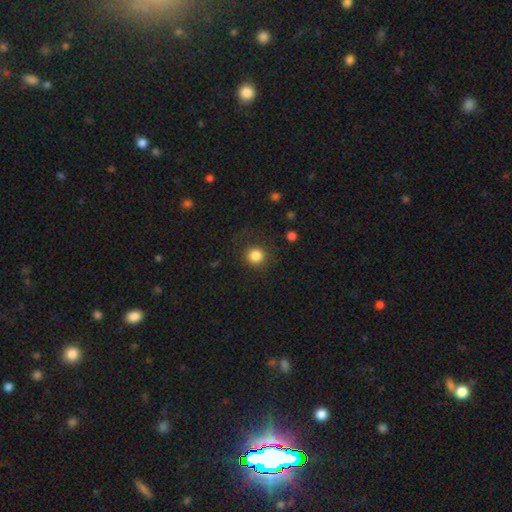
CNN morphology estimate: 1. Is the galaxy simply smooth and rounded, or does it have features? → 84% smooth, 11% star or artifact, 5% featured or disk.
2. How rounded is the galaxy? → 92% round, 7% in between, 1% cigar-shaped.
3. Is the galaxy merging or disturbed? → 84% none, 10% minor disturbance, 5% major disturbance, 1% merger.